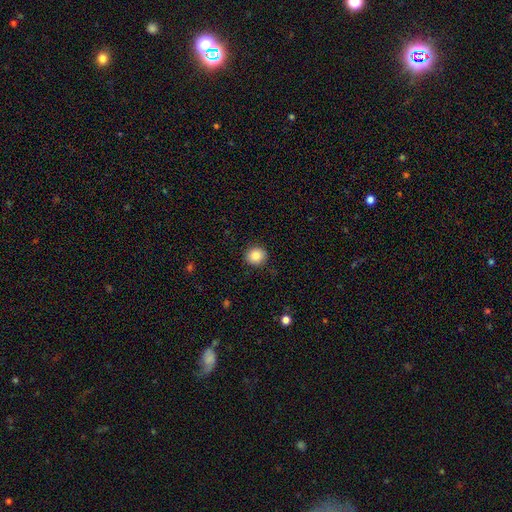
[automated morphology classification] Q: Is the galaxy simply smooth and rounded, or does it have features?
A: smooth — 87%.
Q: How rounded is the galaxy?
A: round — 86%.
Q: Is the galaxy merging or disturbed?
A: none — 89%.